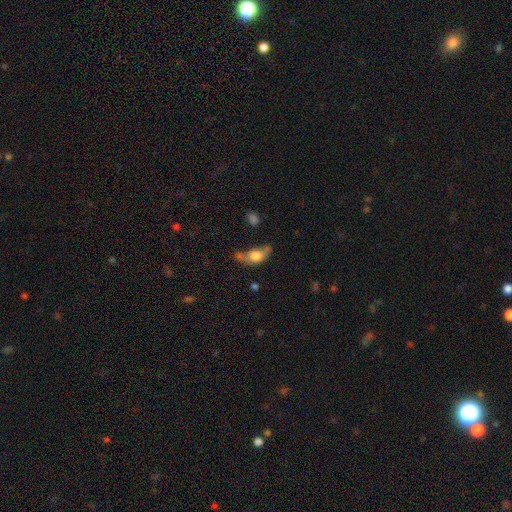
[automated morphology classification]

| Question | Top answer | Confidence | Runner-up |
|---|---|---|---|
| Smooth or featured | smooth | 68% | featured or disk (23%) |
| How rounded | in between | 80% | round (12%) |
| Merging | none | 37% | minor disturbance (29%) |